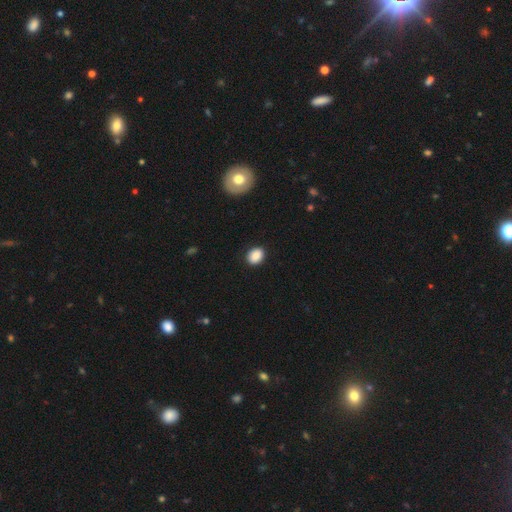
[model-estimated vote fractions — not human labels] The model was most divided on "how rounded": round: 50%, in between: 49%, cigar-shaped: 1%. More confident: merging — none (89%); smooth or featured — smooth (88%).